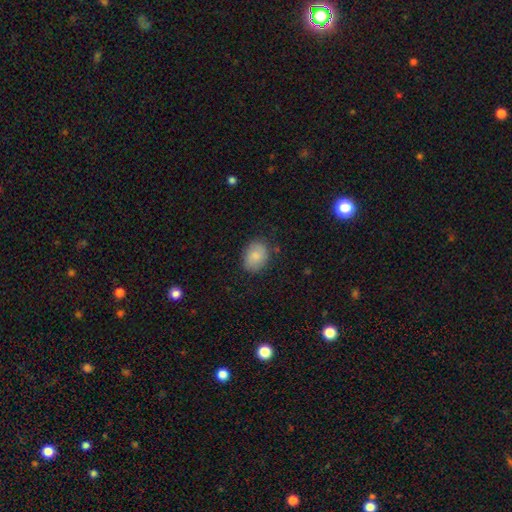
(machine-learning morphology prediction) Overall: smooth (82%). How rounded: in between (62%; round 37%). Merging: none (80%).